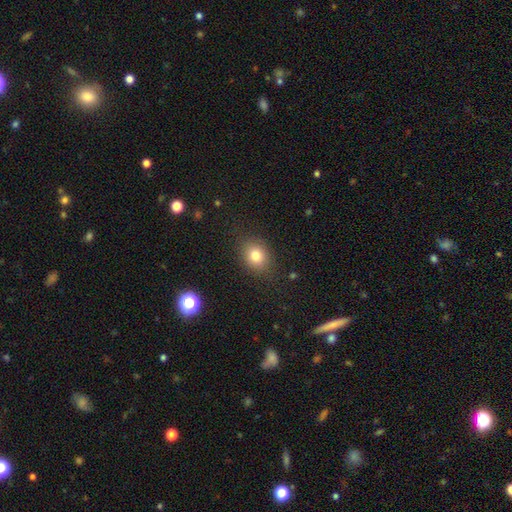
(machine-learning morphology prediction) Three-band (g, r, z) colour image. It shows a smooth galaxy with no disk features (79%) that is round (53%). Merging: none (84%).